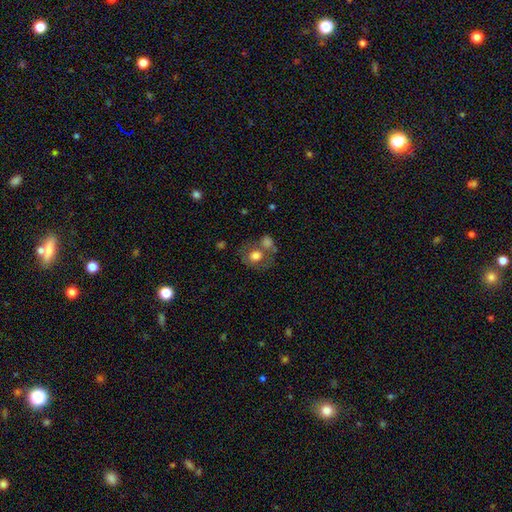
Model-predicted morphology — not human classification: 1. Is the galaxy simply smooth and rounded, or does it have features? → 68% smooth, 23% featured or disk, 9% star or artifact.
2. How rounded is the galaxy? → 64% round, 35% in between, 1% cigar-shaped.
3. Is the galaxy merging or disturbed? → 45% none, 32% merger, 14% minor disturbance, 8% major disturbance.